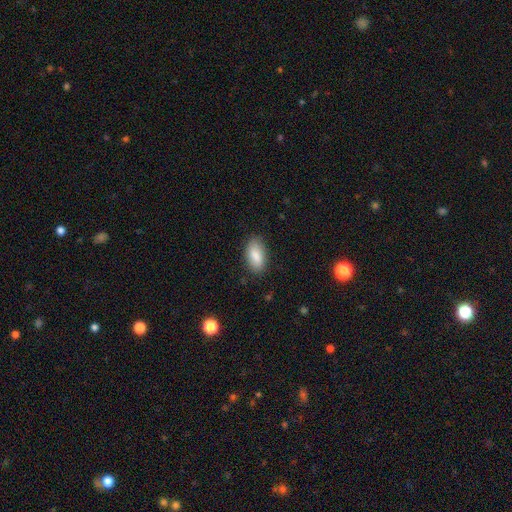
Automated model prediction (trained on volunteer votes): Smooth or featured? Predicted: smooth (p=0.86). How rounded? Predicted: in between (p=0.92). Merging? Predicted: none (p=0.83).